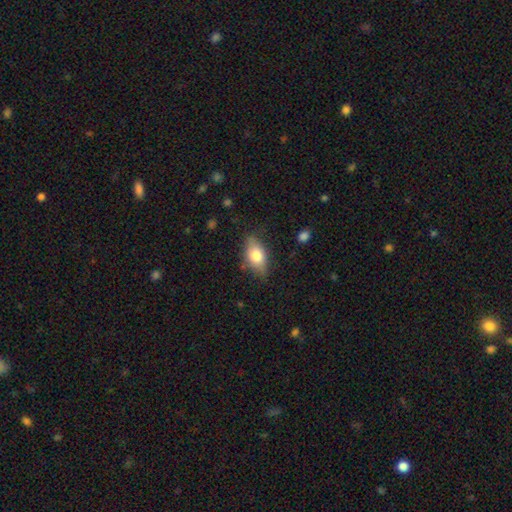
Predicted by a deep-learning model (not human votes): Overall: smooth (71%). How rounded: in between (86%). Merging: none (74%).